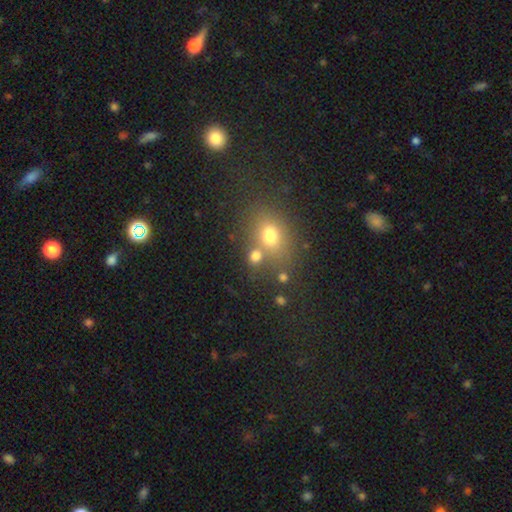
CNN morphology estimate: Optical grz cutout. It shows a smooth galaxy with no disk features (70%) that is round (52%). Merging: none (50%).